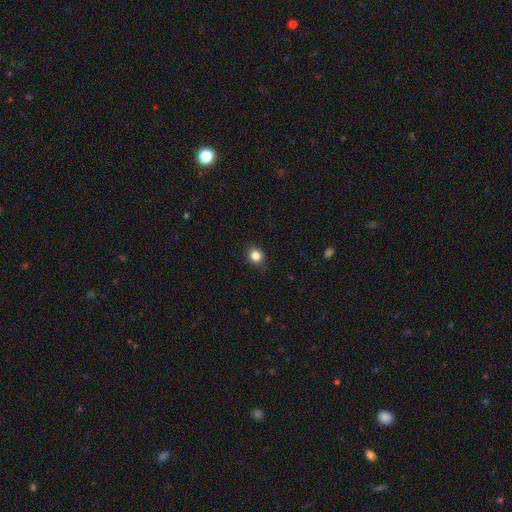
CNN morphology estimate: Smooth or featured: smooth — 84% (star or artifact — 12%)
How rounded: round — 86% (in between — 13%)
Merging: none — 90% (minor disturbance — 8%)